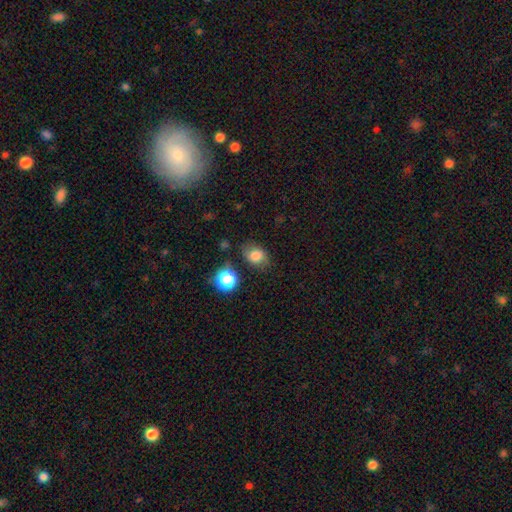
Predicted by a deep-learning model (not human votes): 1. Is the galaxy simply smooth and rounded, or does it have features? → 78% smooth, 11% star or artifact, 11% featured or disk.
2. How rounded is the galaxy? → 65% in between, 33% round, 1% cigar-shaped.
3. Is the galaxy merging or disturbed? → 72% none, 18% minor disturbance, 6% major disturbance, 4% merger.